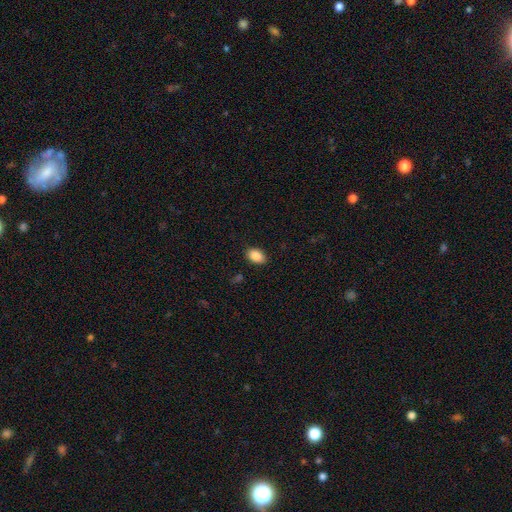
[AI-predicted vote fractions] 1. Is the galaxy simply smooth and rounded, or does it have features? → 89% smooth, 8% star or artifact, 4% featured or disk.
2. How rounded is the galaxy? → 86% in between, 13% round, 1% cigar-shaped.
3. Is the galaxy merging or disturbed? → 88% none, 9% minor disturbance, 2% major disturbance, 1% merger.